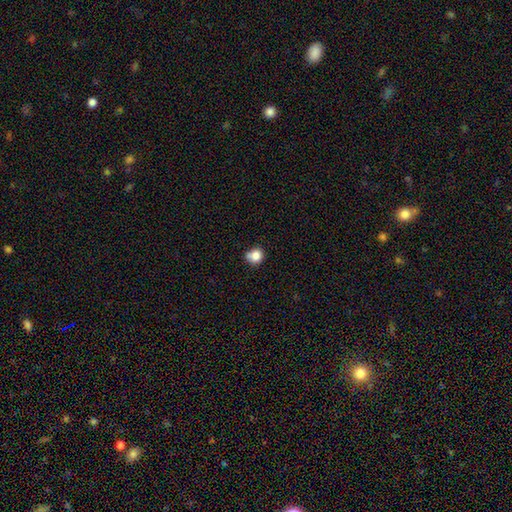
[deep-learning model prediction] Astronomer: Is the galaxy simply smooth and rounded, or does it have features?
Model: smooth — 82%.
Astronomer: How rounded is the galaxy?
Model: round — 80%.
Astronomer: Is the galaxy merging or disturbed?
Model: none — 58%.